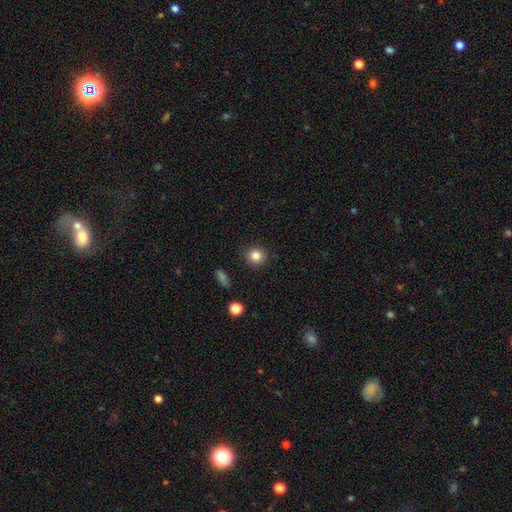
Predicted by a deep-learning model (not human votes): smooth_or_featured: smooth (p=0.84) [alt: star or artifact p=0.11]
how_rounded: round (p=0.89) [alt: in between p=0.10]
merging: none (p=0.90) [alt: minor disturbance p=0.07]